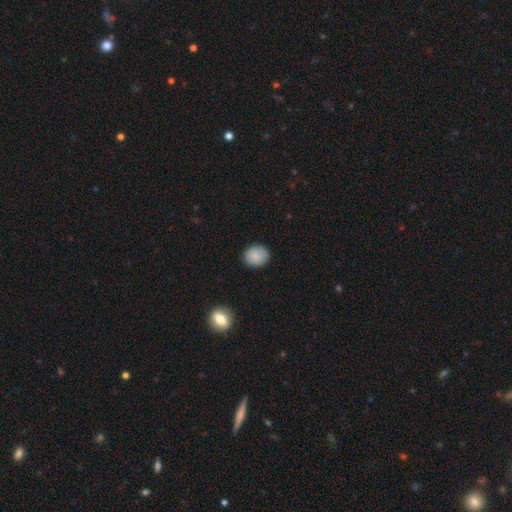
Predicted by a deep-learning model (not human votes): Q: Smooth or featured?
A: smooth (87%); runner-up: star or artifact (8%)
Q: How rounded?
A: round (73%); runner-up: in between (26%)
Q: Merging?
A: none (89%); runner-up: minor disturbance (8%)